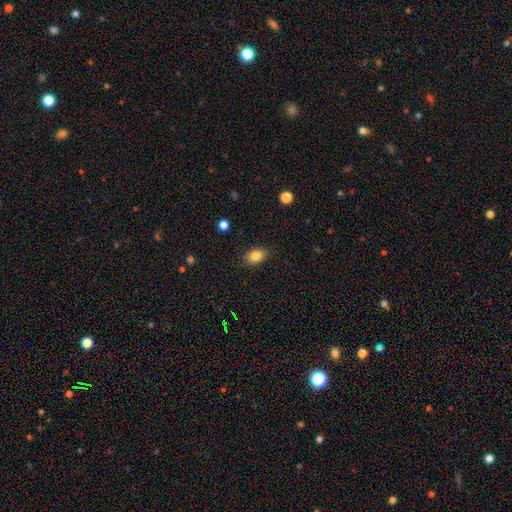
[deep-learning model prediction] Smooth or featured?
  - smooth: 84% *
  - star or artifact: 9%
  - featured or disk: 7%
How rounded?
  - in between: 87% *
  - round: 12%
  - cigar-shaped: 2%
Merging?
  - none: 86% *
  - minor disturbance: 10%
  - major disturbance: 2%
  - merger: 1%